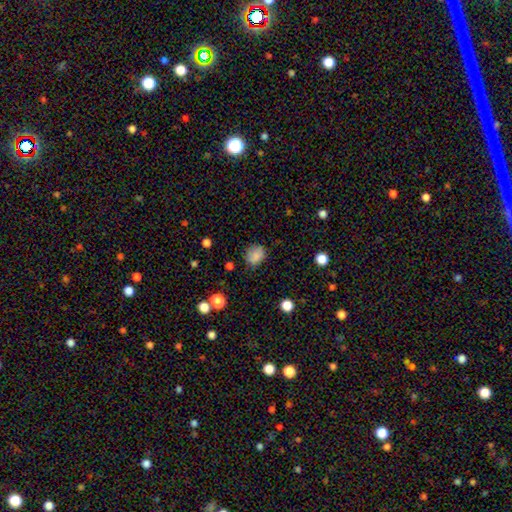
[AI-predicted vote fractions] smooth_or_featured: smooth (p=0.83) [alt: star or artifact p=0.11]
how_rounded: round (p=0.58) [alt: in between p=0.41]
merging: none (p=0.75) [alt: minor disturbance p=0.19]